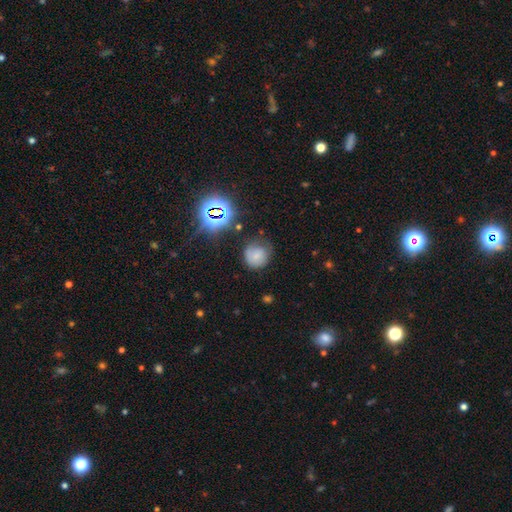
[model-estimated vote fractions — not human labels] Overall: smooth (64%). How rounded: round (84%). Merging: none (57%; minor disturbance 28%).